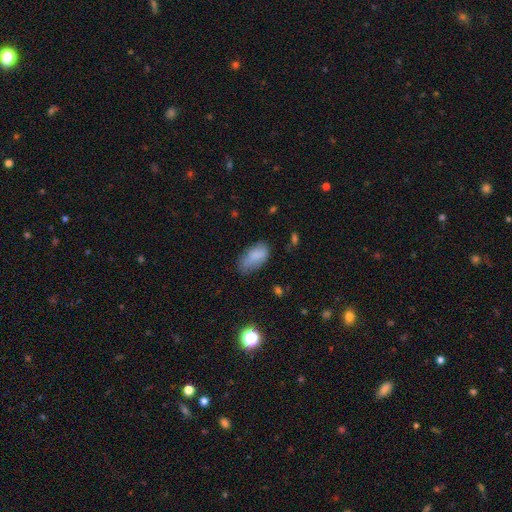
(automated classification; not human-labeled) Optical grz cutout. It shows a smooth galaxy with no disk features (81%) that is in between round and cigar-shaped (93%). Merging: none (54%).